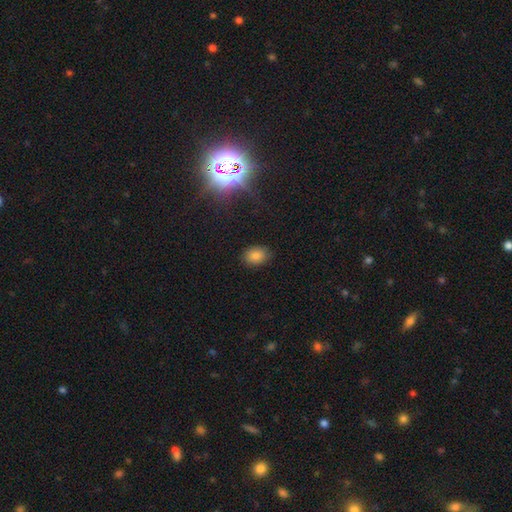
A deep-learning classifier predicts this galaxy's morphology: A smooth galaxy with no disk features (84%) that is in between round and cigar-shaped (75%).

Vote fractions:
- Smooth or featured? smooth: 84% / star or artifact: 11% / featured or disk: 5%
- How rounded? in between: 75% / round: 24% / cigar-shaped: 1%
- Merging? none: 85% / minor disturbance: 11% / major disturbance: 3% / merger: 1%